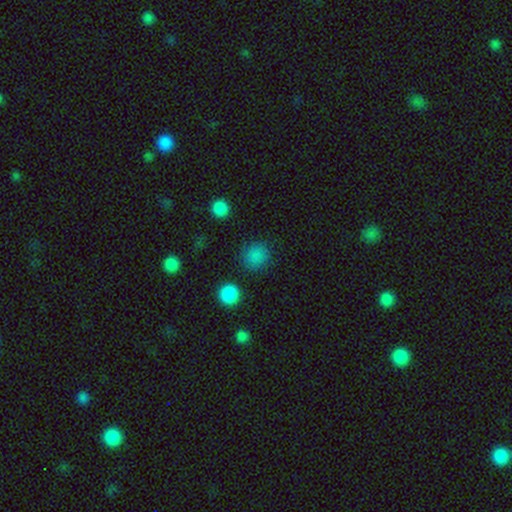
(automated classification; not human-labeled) smooth 83%, star or artifact 13%, featured or disk 4%. Down the decision tree: how rounded — round (90%); merging — none (86%).